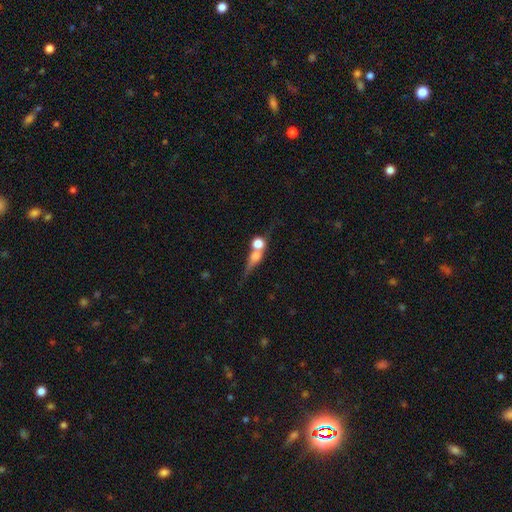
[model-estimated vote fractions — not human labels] Smooth or featured?
  - smooth: 51% *
  - featured or disk: 36%
  - star or artifact: 12%
How rounded?
  - round: 45% *
  - in between: 29%
  - cigar-shaped: 26%
Merging?
  - merger: 49% *
  - none: 32%
  - minor disturbance: 10%
  - major disturbance: 9%